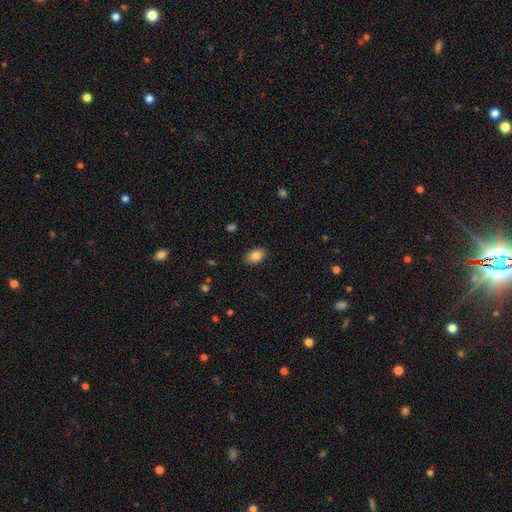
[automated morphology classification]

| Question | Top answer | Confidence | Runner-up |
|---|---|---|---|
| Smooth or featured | smooth | 86% | star or artifact (8%) |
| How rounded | in between | 86% | round (13%) |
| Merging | none | 86% | minor disturbance (10%) |